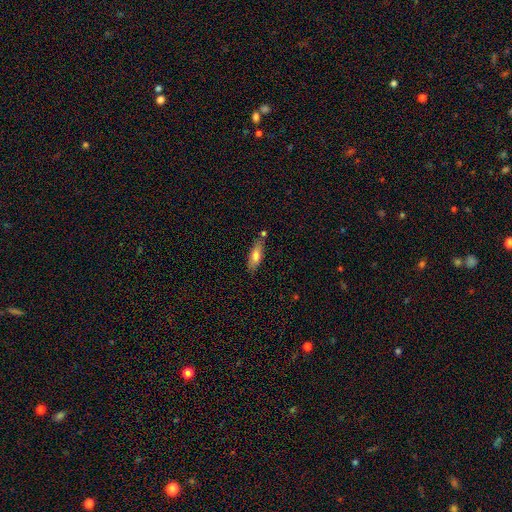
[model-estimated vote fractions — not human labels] Morphology: type=smooth (72%); roundness=in between (52%); merging=none (71%).